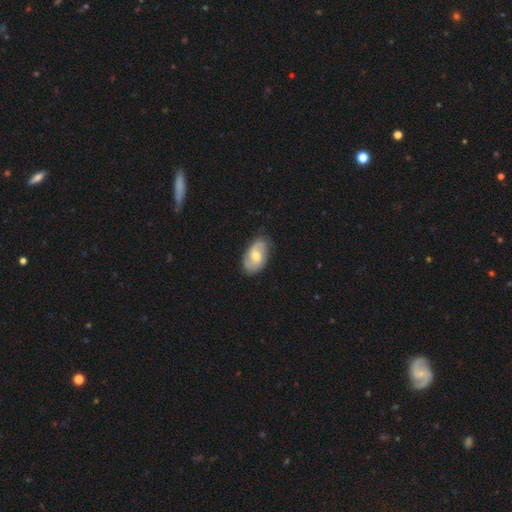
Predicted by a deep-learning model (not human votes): Morphology: type=featured or disk (51%); edge-on=no (94%); merging=none (73%).